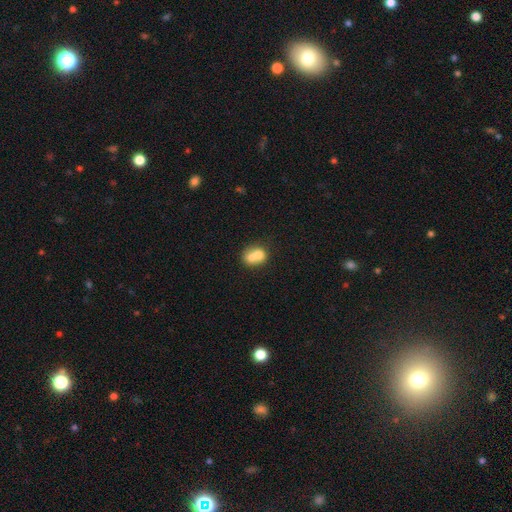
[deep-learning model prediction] The model was most divided on "how rounded": round: 60%, in between: 39%, cigar-shaped: 1%. More confident: merging — merger (68%); smooth or featured — smooth (68%).